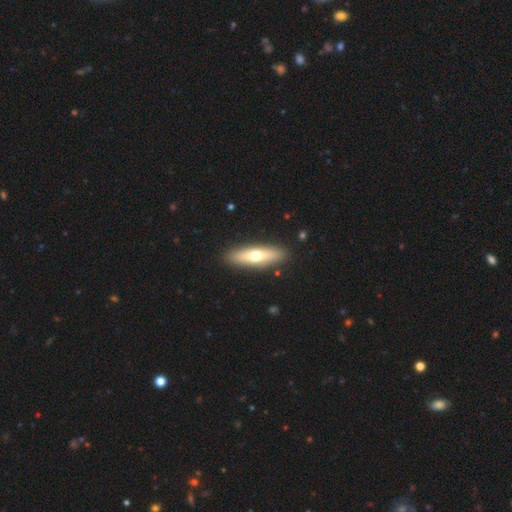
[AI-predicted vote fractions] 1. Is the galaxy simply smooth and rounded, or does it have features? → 58% smooth, 36% featured or disk, 5% star or artifact.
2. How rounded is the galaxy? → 62% cigar-shaped, 35% in between, 2% round.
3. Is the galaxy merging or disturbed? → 90% none, 7% minor disturbance, 2% major disturbance, 1% merger.